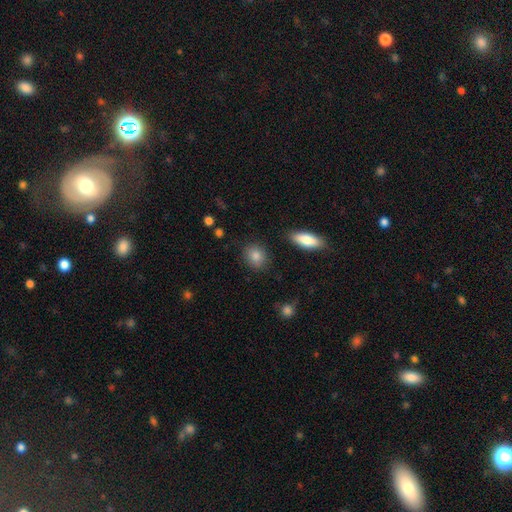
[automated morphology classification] type=smooth (85%); roundness=round (63%); merging=none (85%).